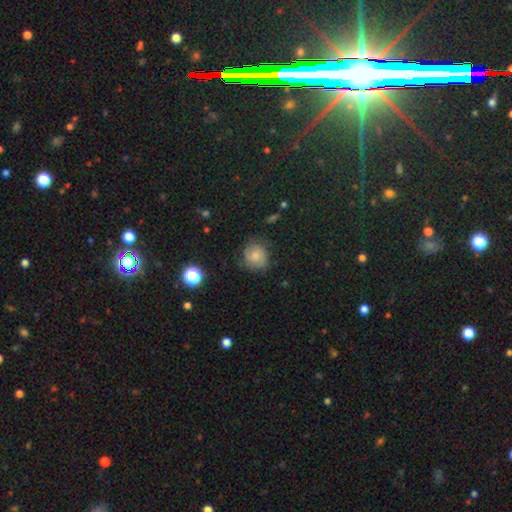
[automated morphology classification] Overall: smooth (57%; featured or disk 31%). How rounded: round (80%). Merging: none (70%).